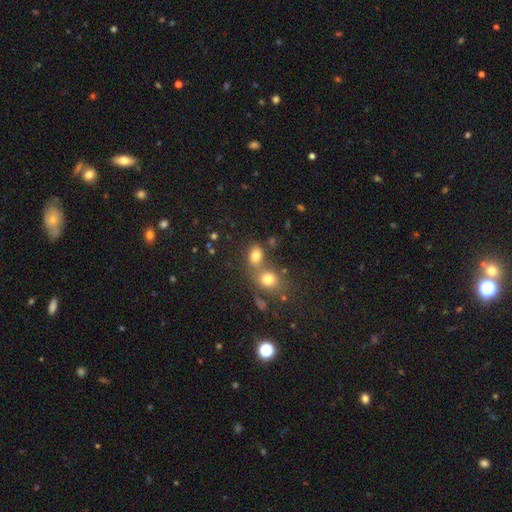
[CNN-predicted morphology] Smooth or featured? Predicted: smooth (p=0.77). How rounded? Predicted: in between (p=0.69). Merging? Predicted: merger (p=0.43).